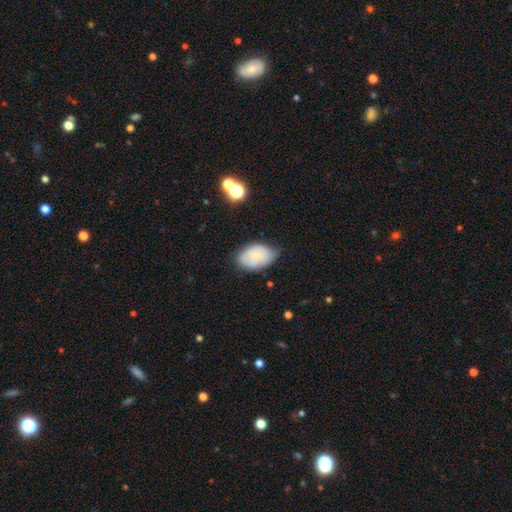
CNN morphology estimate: Smooth or featured? smooth (69%)
How rounded? in between (89%)
Merging? none (64%)